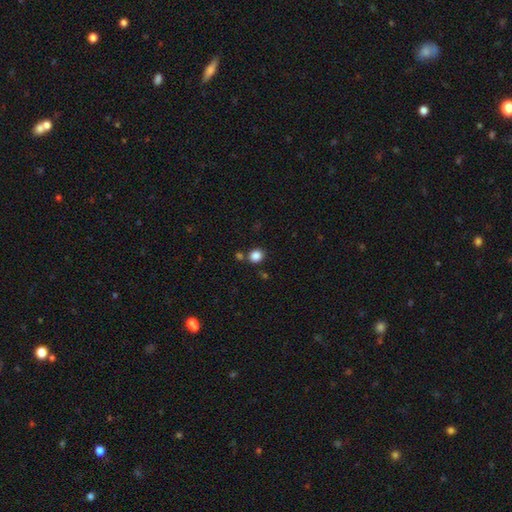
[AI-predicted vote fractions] The model was most divided on "how rounded": round: 77%, in between: 23%, cigar-shaped: 1%. More confident: smooth or featured — smooth (85%); merging — none (78%).